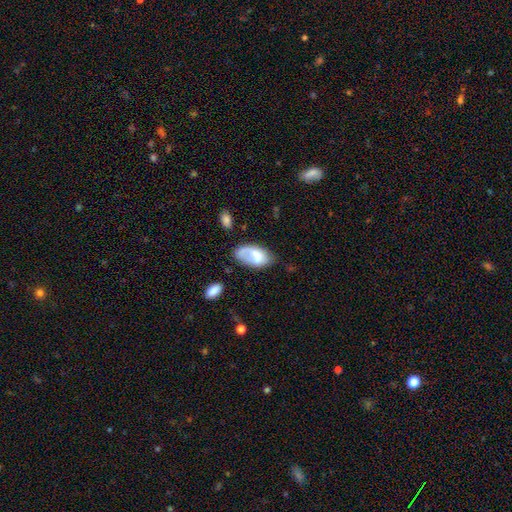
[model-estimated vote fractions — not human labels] The model was most divided on "merging": none: 45%, minor disturbance: 29%, major disturbance: 19%, merger: 7%. More confident: how rounded — in between (94%); smooth or featured — smooth (62%).